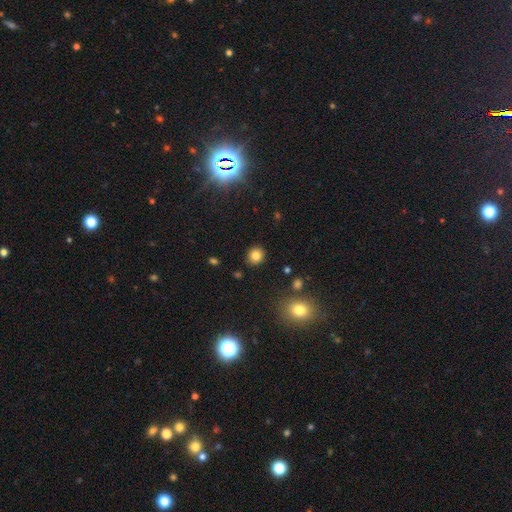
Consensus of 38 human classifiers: Smooth or featured: smooth — 79% (featured or disk — 11%)
How rounded: round — 73% (in between — 27%)
Merging: none — 88% (minor disturbance — 6%)